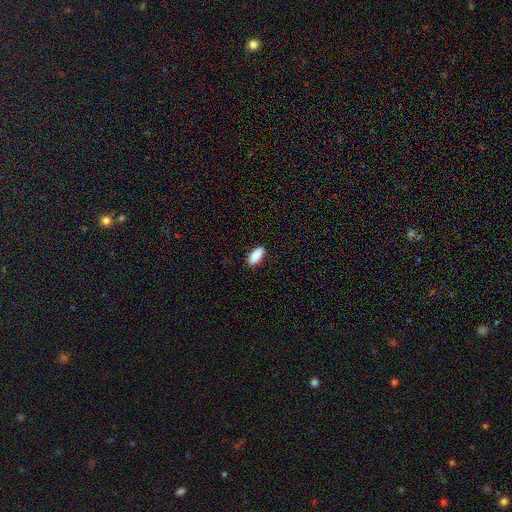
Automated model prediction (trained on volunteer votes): Overall: smooth (88%). How rounded: in between (90%). Merging: none (86%).